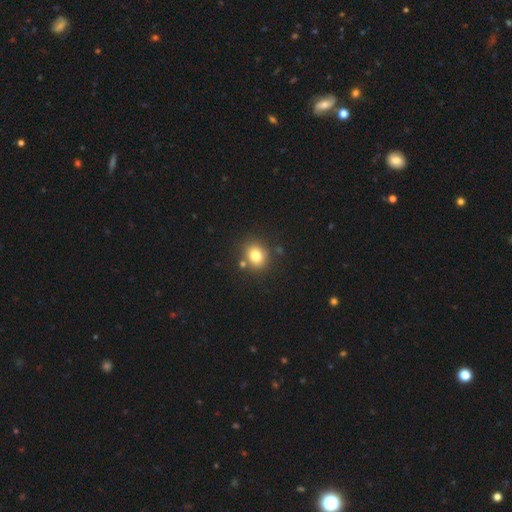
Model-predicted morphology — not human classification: Smooth or featured? Predicted: smooth (p=0.78). How rounded? Predicted: round (p=0.64). Merging? Predicted: none (p=0.77).